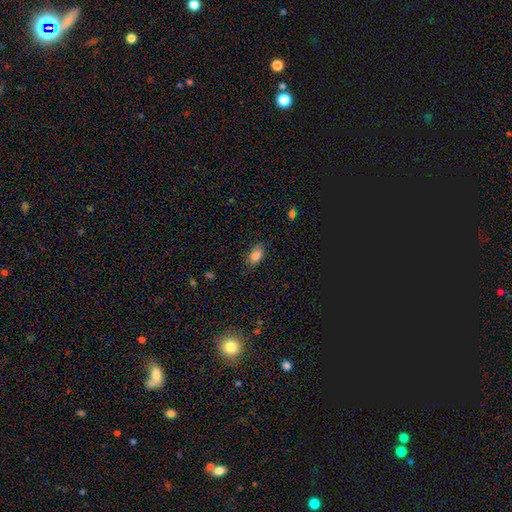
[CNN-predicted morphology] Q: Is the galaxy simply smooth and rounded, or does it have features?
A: smooth — 83%.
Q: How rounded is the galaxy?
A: in between — 85%.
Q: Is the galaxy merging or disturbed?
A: none — 73%.